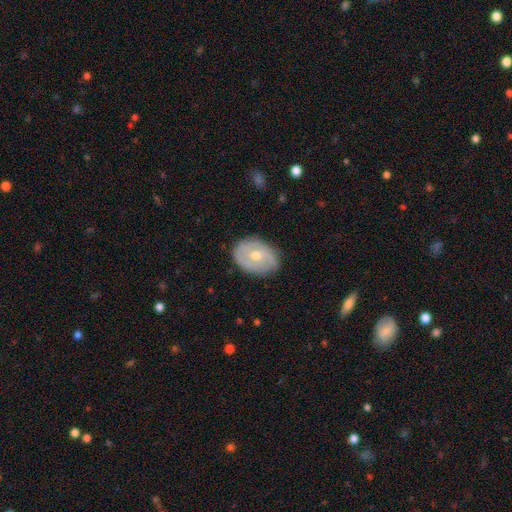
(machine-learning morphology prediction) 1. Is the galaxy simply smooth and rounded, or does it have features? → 68% featured or disk, 26% smooth, 6% star or artifact.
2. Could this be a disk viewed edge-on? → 95% no, 5% yes.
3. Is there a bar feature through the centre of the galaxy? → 69% no, 26% weak, 5% strong.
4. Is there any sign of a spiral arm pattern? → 74% yes, 26% no.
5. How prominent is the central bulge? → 71% moderate, 25% small, 2% large, 1% none, 1% dominant.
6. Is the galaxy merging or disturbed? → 76% none, 18% minor disturbance, 4% major disturbance, 1% merger.